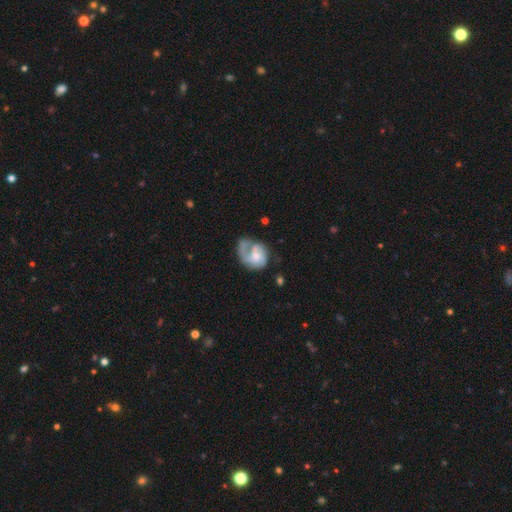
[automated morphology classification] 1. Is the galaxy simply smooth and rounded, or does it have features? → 61% featured or disk, 33% smooth, 7% star or artifact.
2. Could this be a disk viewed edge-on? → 98% no, 2% yes.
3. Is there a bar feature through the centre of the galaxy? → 71% no, 25% weak, 4% strong.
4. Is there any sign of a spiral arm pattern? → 74% yes, 26% no.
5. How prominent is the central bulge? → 40% moderate, 38% small, 14% none, 7% large, 2% dominant.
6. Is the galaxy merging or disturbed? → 37% major disturbance, 31% none, 21% minor disturbance, 10% merger.